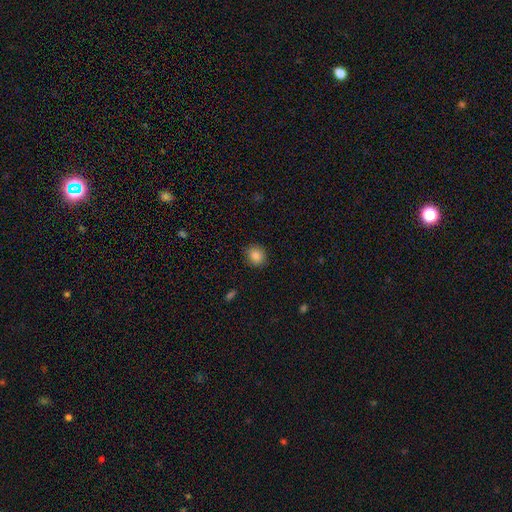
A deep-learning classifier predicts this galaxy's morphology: Smooth or featured? Predicted: smooth (p=0.85). How rounded? Predicted: round (p=0.78). Merging? Predicted: none (p=0.87).